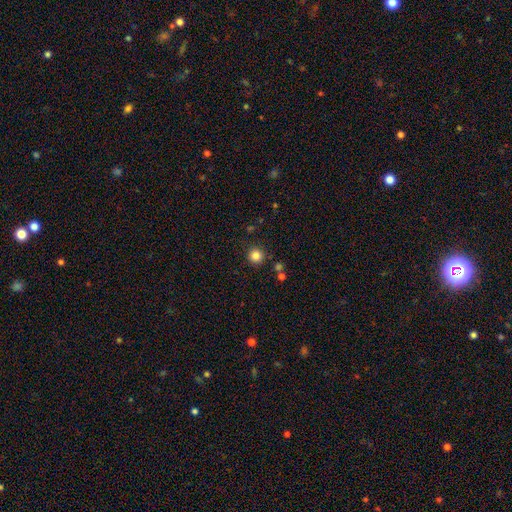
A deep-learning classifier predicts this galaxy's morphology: smooth 83%, star or artifact 12%, featured or disk 5%. Down the decision tree: how rounded — round (95%); merging — none (88%).